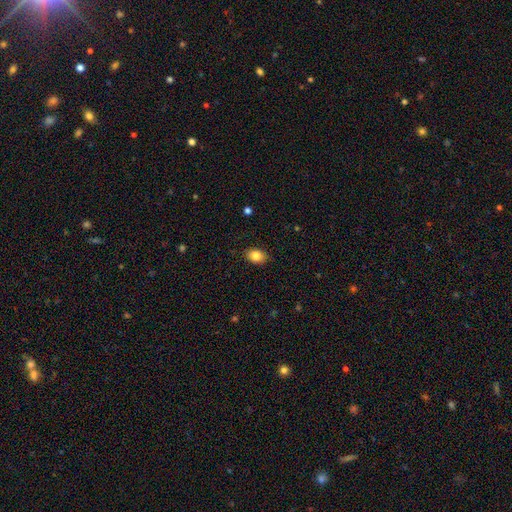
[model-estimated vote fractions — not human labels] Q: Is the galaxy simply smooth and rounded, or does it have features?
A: smooth — 85%.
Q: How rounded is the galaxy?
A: in between — 80%.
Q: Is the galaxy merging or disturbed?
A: none — 87%.